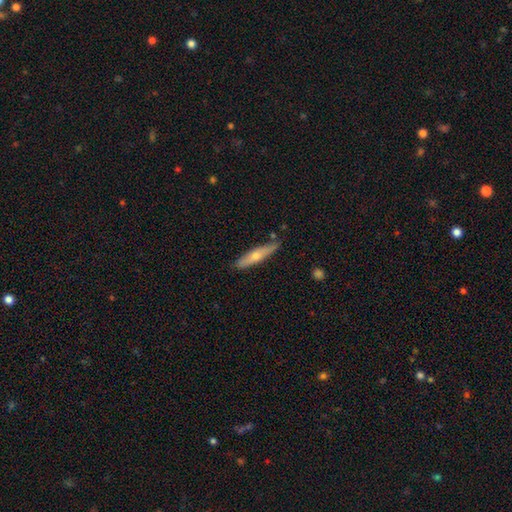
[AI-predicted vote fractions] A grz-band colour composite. It shows a smooth galaxy with no disk features (49%). Merging: none (83%).